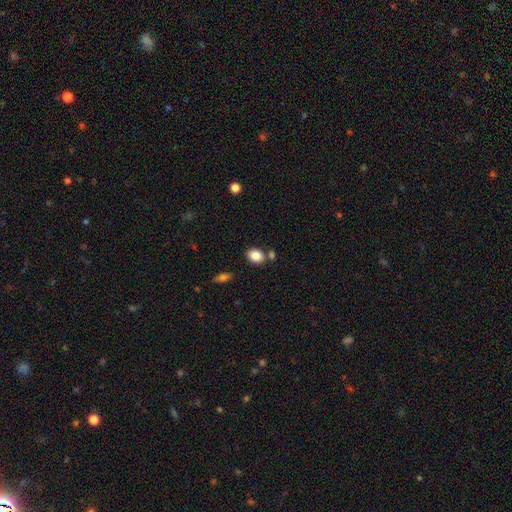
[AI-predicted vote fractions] The model was most divided on "how rounded": in between: 68%, round: 31%, cigar-shaped: 1%. More confident: smooth or featured — smooth (85%); merging — none (73%).